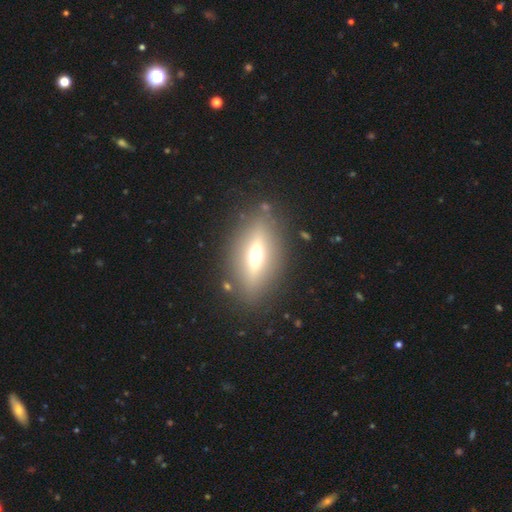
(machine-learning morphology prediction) The model was most divided on "smooth or featured": featured or disk: 49%, smooth: 40%, star or artifact: 11%. More confident: merging — none (84%).